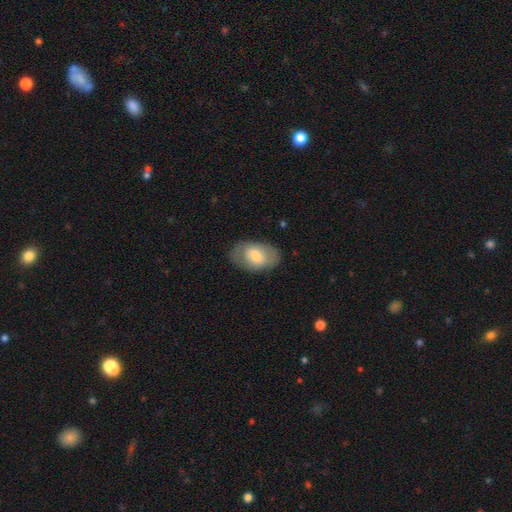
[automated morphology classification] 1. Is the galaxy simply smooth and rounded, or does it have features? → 62% smooth, 31% featured or disk, 6% star or artifact.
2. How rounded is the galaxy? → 89% in between, 10% round, 1% cigar-shaped.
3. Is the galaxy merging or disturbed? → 76% none, 16% minor disturbance, 6% major disturbance, 1% merger.